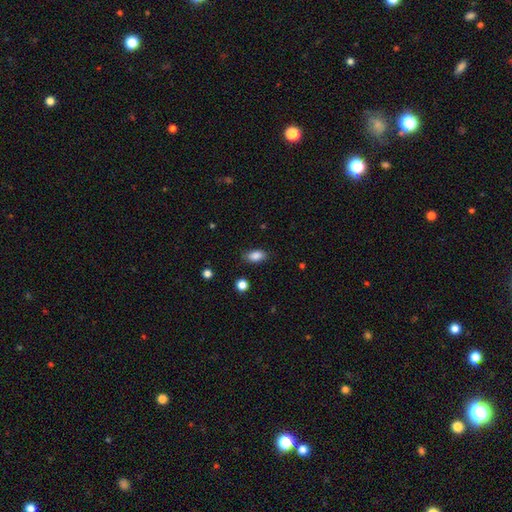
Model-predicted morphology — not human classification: Smooth or featured? smooth (87%)
How rounded? in between (89%)
Merging? none (83%)